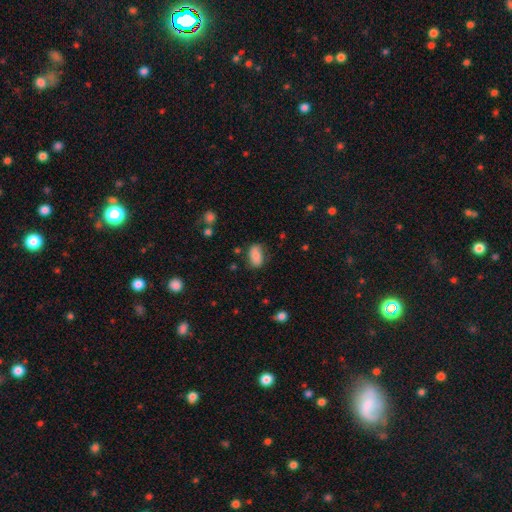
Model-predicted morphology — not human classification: Smooth or featured: smooth — 83% (featured or disk — 9%)
How rounded: in between — 90% (round — 7%)
Merging: none — 71% (minor disturbance — 21%)